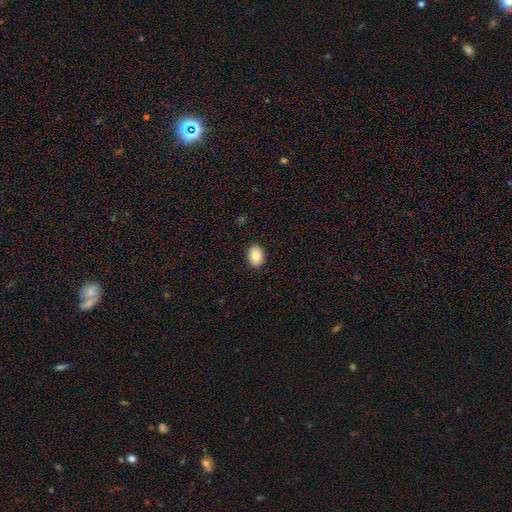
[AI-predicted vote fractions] This appears to be a smooth galaxy with no disk features (85%) that is in between round and cigar-shaped (78%). Merging: none (90%).